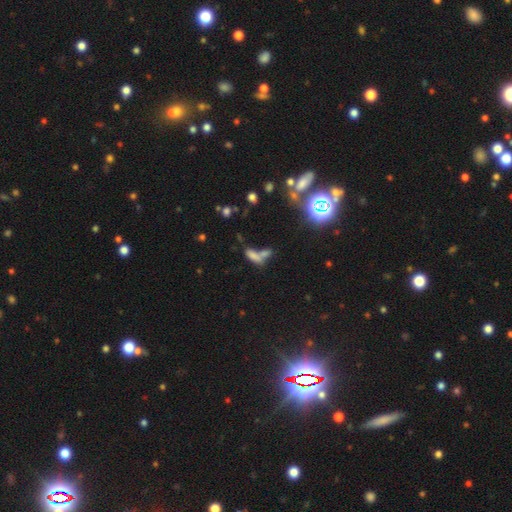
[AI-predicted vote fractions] smooth_or_featured: smooth (p=0.62) [alt: star or artifact p=0.22]
how_rounded: in between (p=0.67) [alt: cigar-shaped p=0.25]
merging: merger (p=0.58) [alt: none p=0.25]